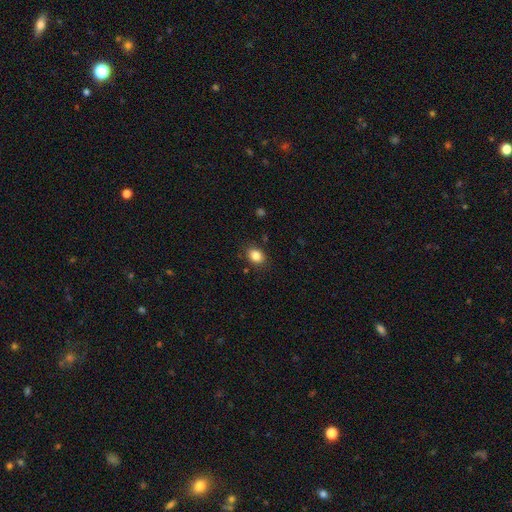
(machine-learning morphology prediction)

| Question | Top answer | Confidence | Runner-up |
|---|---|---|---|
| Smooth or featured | smooth | 85% | star or artifact (10%) |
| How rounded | in between | 52% | round (47%) |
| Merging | none | 85% | minor disturbance (11%) |